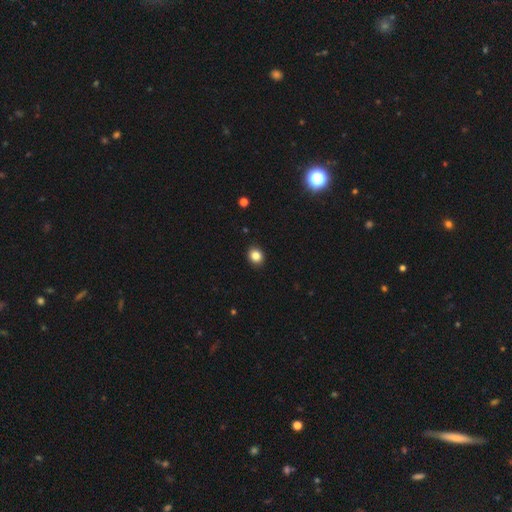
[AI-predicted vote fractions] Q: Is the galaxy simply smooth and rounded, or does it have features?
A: smooth — 85%.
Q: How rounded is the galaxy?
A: round — 62%.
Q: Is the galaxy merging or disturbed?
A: none — 91%.